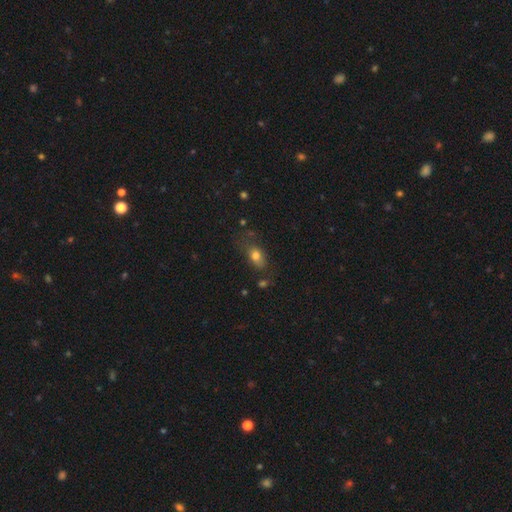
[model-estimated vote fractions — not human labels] A smooth galaxy with no disk features (76%) that is in between round and cigar-shaped (77%).

Vote fractions:
- Smooth or featured? smooth: 76% / featured or disk: 13% / star or artifact: 11%
- How rounded? in between: 77% / round: 17% / cigar-shaped: 6%
- Merging? none: 57% / minor disturbance: 26% / major disturbance: 12% / merger: 5%